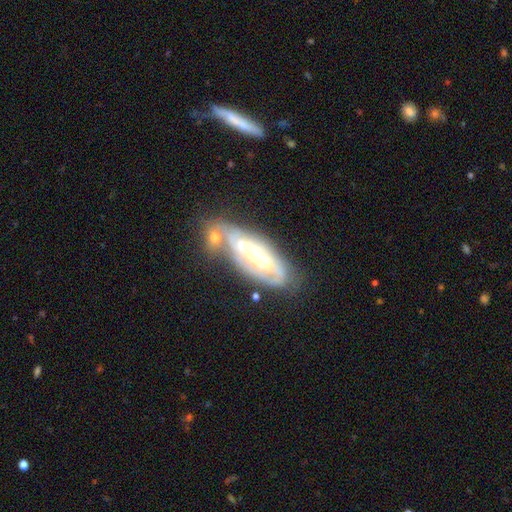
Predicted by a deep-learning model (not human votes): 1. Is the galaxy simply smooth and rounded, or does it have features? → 75% featured or disk, 19% smooth, 6% star or artifact.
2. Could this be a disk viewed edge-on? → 85% no, 15% yes.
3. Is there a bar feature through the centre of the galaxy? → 44% no, 34% weak, 22% strong.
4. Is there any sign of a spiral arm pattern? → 80% yes, 20% no.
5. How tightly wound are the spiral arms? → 63% tight, 29% medium, 8% loose.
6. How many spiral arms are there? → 47% can't tell, 34% 2, 8% 3, 6% 1, 3% 4, 2% more than 4.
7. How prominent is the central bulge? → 51% moderate, 36% small, 9% large, 2% none, 2% dominant.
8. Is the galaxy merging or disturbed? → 46% none, 24% merger, 20% minor disturbance, 10% major disturbance.